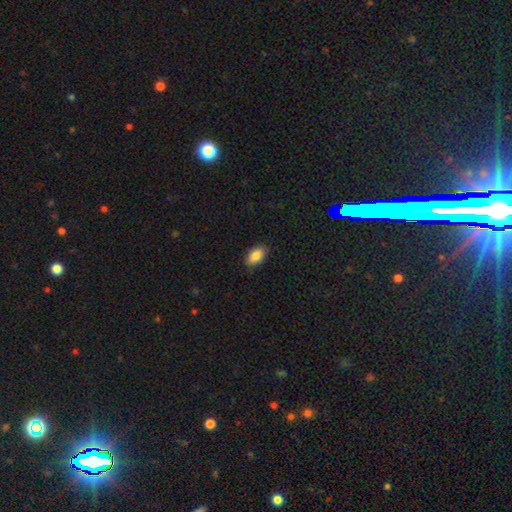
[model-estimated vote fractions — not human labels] smooth 86%, star or artifact 7%, featured or disk 7%. Down the decision tree: how rounded — in between (92%); merging — none (87%).